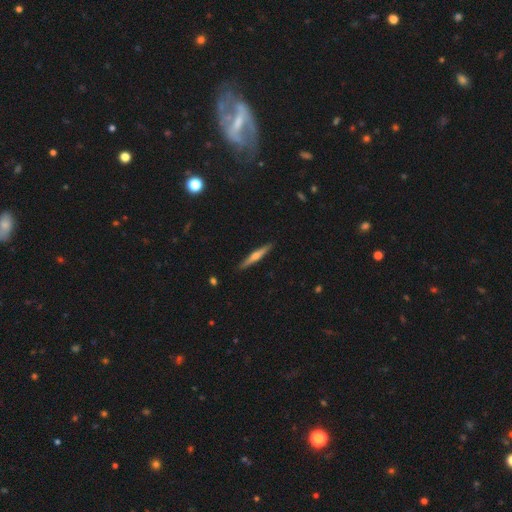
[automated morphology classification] Q: Smooth or featured?
A: featured or disk (59%); runner-up: smooth (35%)
Q: Edge-on disk?
A: yes (97%); runner-up: no (3%)
Q: Edge-on bulge?
A: rounded (81%); runner-up: none (13%)
Q: Merging?
A: none (91%); runner-up: minor disturbance (7%)